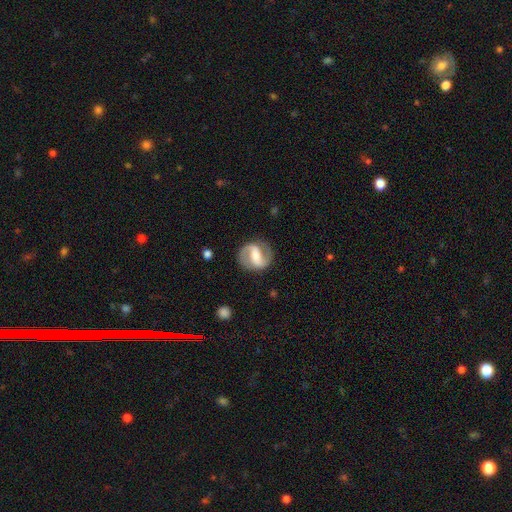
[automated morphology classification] smooth-or-featured: featured or disk: 86% | smooth: 10% | star or artifact: 5%
  disk-edge-on: no: 98% | yes: 2%
    bar: strong: 55% | weak: 33% | no: 12%
    has-spiral-arms: yes: 95% | no: 5%
      spiral-winding: medium: 53% | tight: 25% | loose: 22%
      spiral-arm-count: 2: 93% | can't tell: 2% | 1: 2% | 3: 1% | 4: 1% | more than 4: 1%
    bulge-size: moderate: 48% | small: 27% | large: 15% | none: 7% | dominant: 2%
  merging: none: 84% | minor disturbance: 10% | major disturbance: 4% | merger: 1%